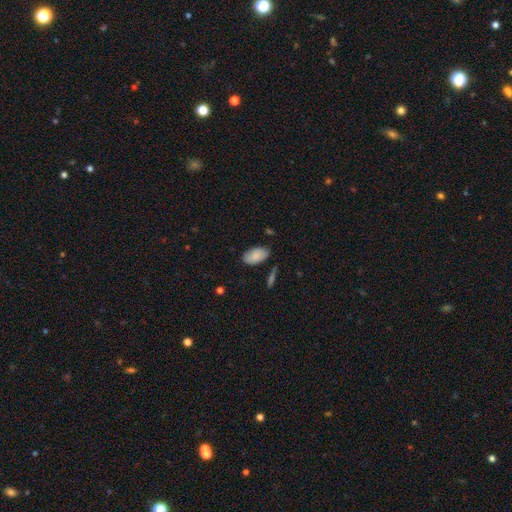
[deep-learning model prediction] Q: Smooth or featured?
A: smooth (85%); runner-up: featured or disk (9%)
Q: How rounded?
A: in between (95%); runner-up: round (3%)
Q: Merging?
A: none (80%); runner-up: minor disturbance (15%)